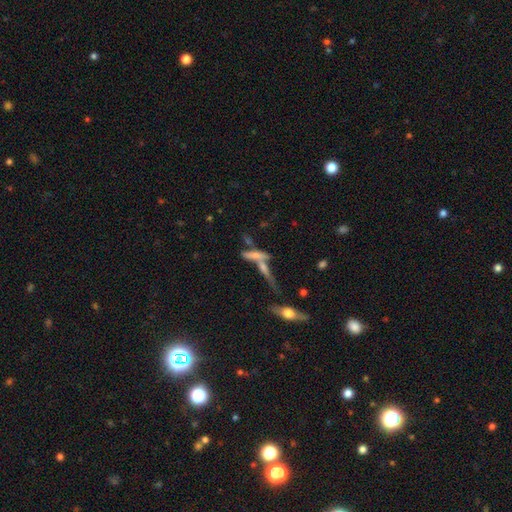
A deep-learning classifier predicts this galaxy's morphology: This appears to be a smooth galaxy with no disk features (55%) that is cigar-shaped (77%). Merging: merger (46%).